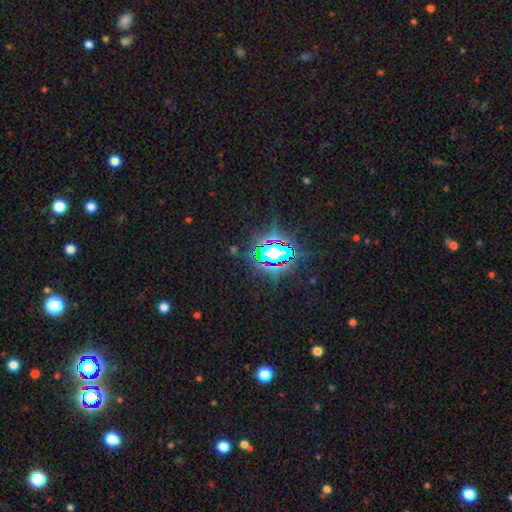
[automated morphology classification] Smooth or featured? star or artifact (81%)